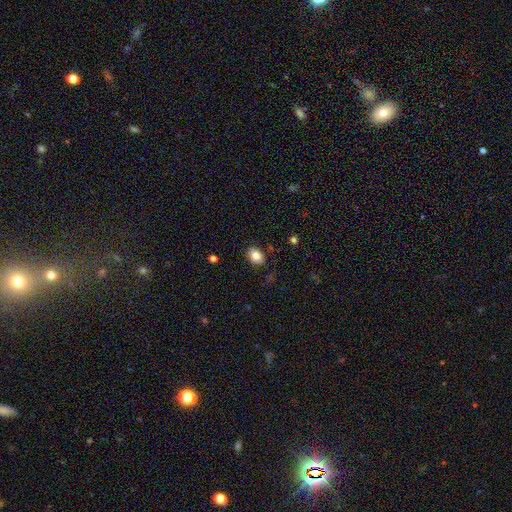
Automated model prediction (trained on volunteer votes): A smooth galaxy with no disk features (82%) that is in between round and cigar-shaped (75%). Merging: none (85%).